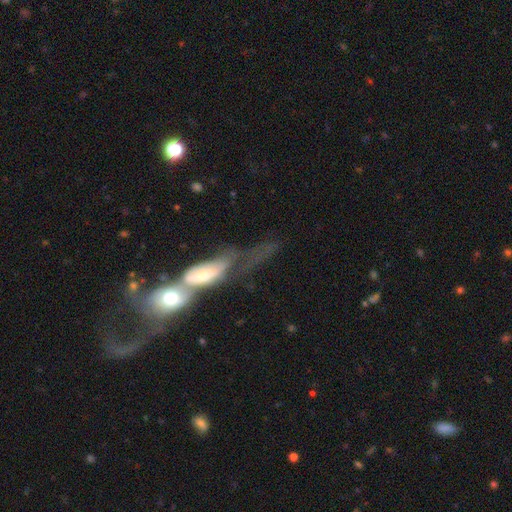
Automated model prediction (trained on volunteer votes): Smooth or featured? featured or disk (60%)
Edge-on disk? no (74%)
Merging? merger (76%)